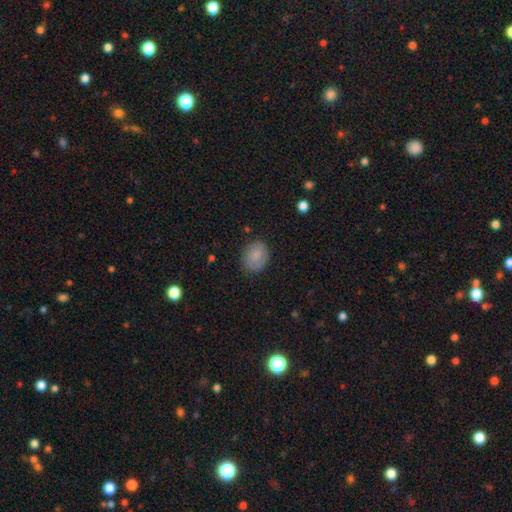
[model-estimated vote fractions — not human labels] Smooth or featured? smooth (80%)
How rounded? in between (52%)
Merging? none (82%)